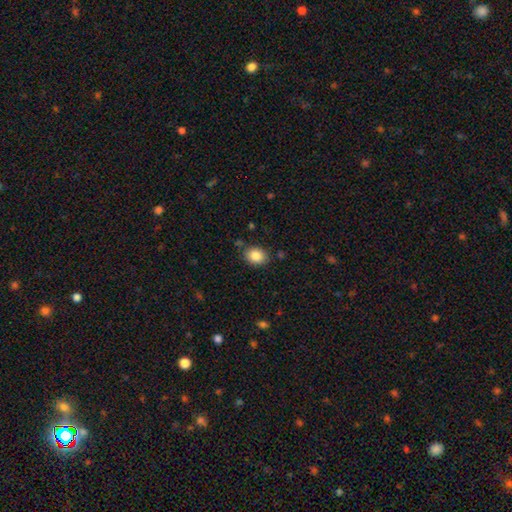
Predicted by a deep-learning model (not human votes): Morphology: type=smooth (86%); roundness=in between (64%); merging=none (81%).